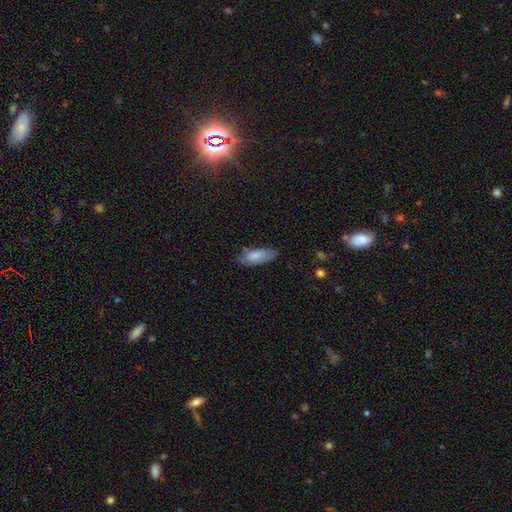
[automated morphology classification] Smooth or featured? smooth (78%)
How rounded? in between (83%)
Merging? none (71%)